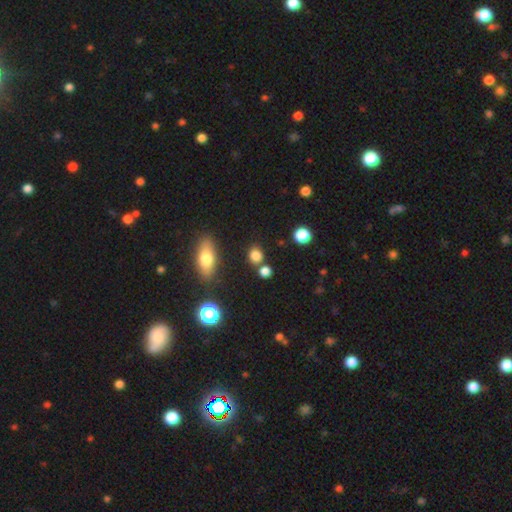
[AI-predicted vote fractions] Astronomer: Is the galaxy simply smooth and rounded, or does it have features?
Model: smooth — 80%.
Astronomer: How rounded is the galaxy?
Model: round — 72%.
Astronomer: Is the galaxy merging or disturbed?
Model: none — 72%.